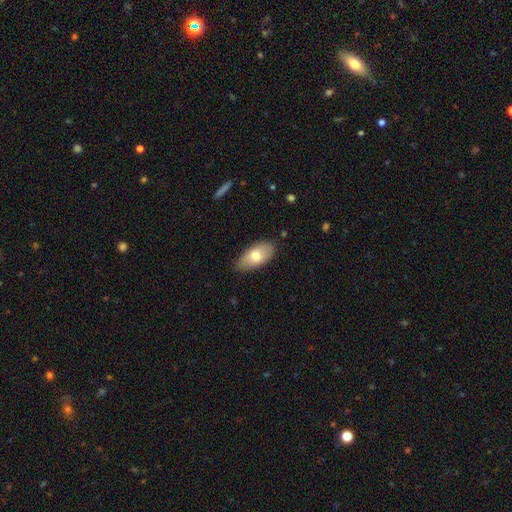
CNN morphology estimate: Smooth or featured? smooth (72%)
How rounded? in between (91%)
Merging? none (80%)